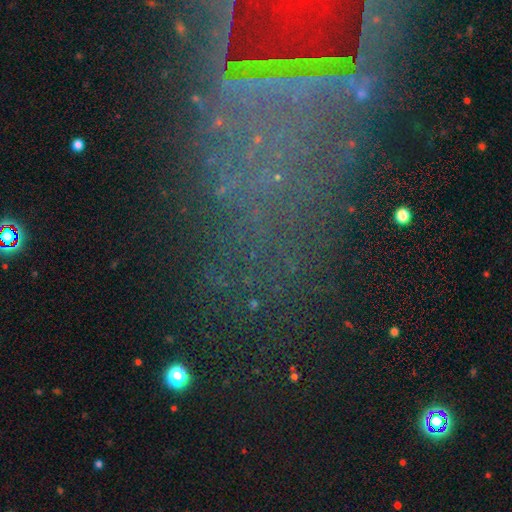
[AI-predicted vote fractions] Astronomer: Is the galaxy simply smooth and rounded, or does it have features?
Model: star or artifact — 59%.